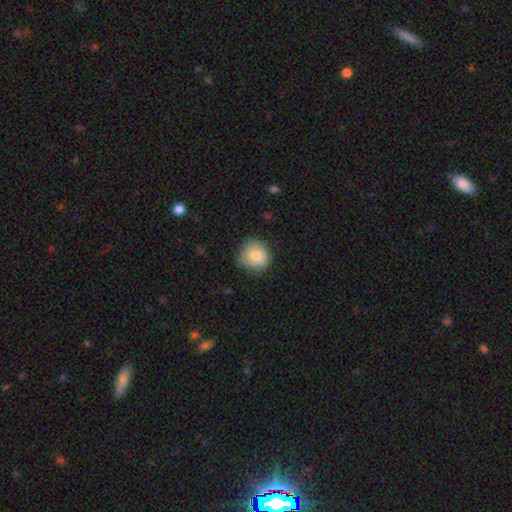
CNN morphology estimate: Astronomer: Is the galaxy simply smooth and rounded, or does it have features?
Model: smooth — 80%.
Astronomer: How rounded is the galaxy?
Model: round — 87%.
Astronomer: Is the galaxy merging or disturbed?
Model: none — 76%.